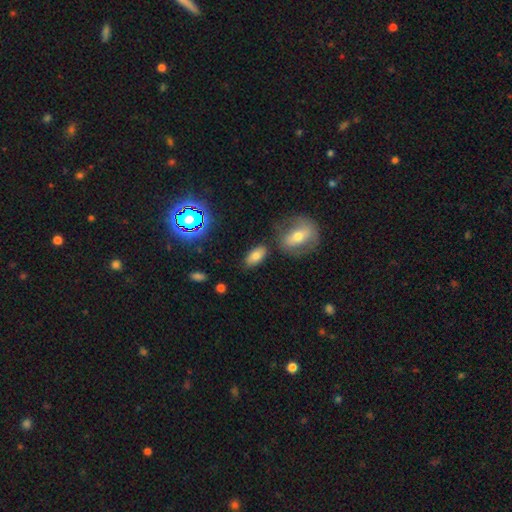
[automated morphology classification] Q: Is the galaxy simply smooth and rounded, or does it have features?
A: smooth — 73%.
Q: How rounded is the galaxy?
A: in between — 90%.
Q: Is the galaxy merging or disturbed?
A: none — 78%.